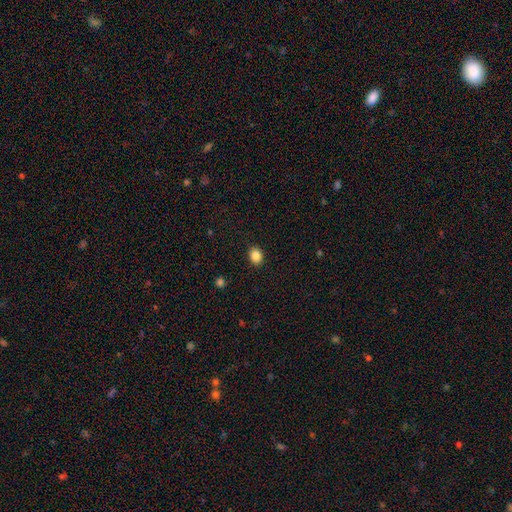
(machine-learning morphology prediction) Smooth or featured? smooth (87%)
How rounded? in between (56%)
Merging? none (90%)